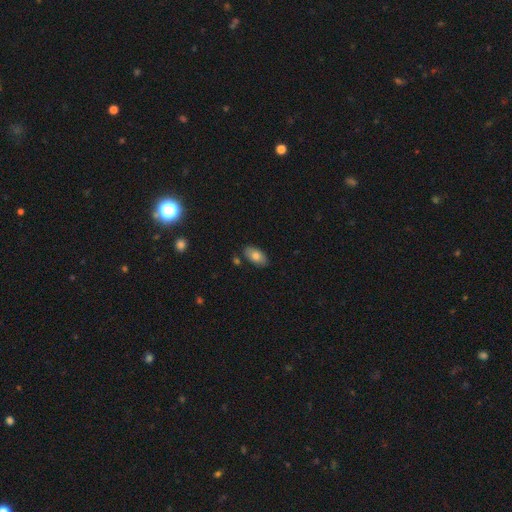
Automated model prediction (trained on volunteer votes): This appears to be a smooth galaxy with no disk features (78%) that is in between round and cigar-shaped (93%). Merging: none (83%).